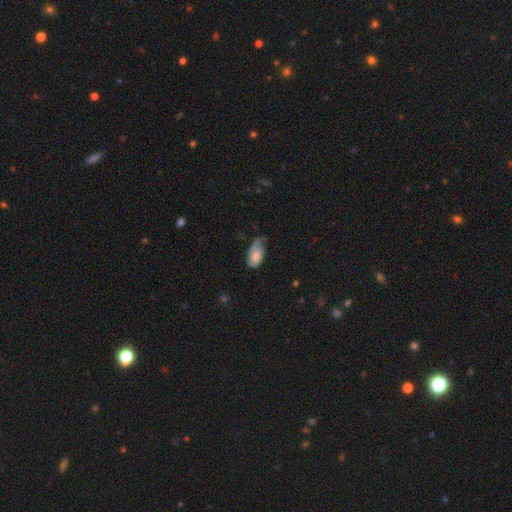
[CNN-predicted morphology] The model was most divided on "merging": minor disturbance: 46%, none: 33%, major disturbance: 18%, merger: 3%. More confident: how rounded — in between (93%); smooth or featured — smooth (74%).